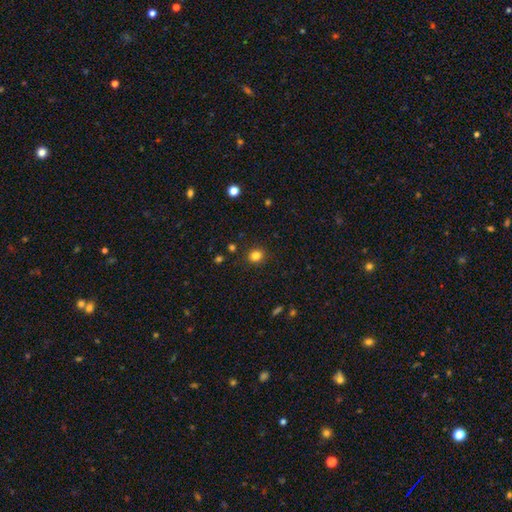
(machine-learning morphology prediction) Smooth or featured? smooth (82%)
How rounded? round (84%)
Merging? none (89%)